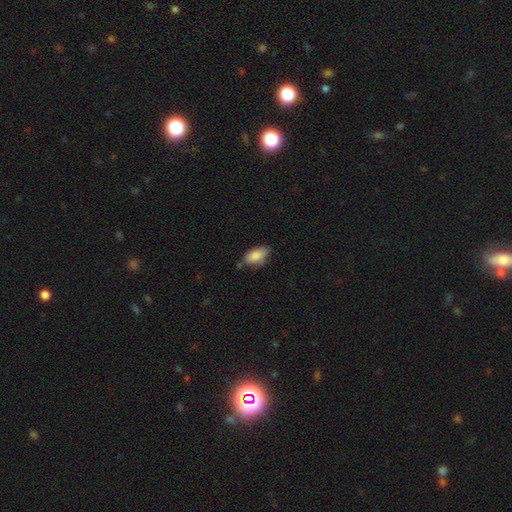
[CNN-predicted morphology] A smooth galaxy with no disk features (87%) that is in between round and cigar-shaped (92%). Merging: none (67%).